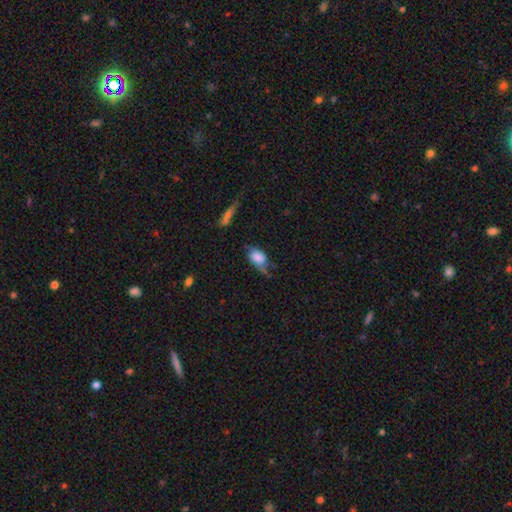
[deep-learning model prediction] A smooth galaxy with no disk features (65%) that is in between round and cigar-shaped (84%). Merging: minor disturbance (33%).